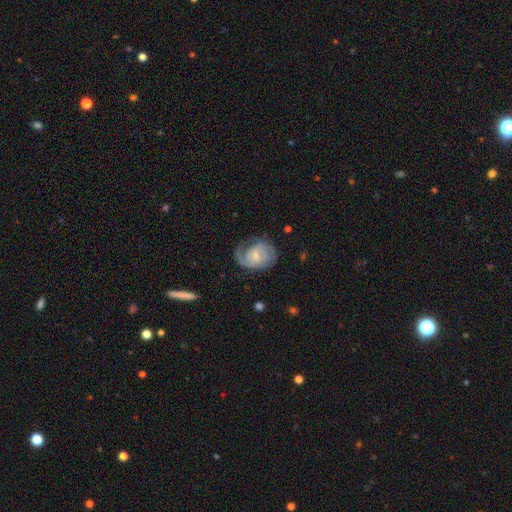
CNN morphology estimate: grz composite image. It shows a featured or disk galaxy (81%) with a weak bar (52%), 2 (55%) tight (44%) spiral arms (95%) and a small central bulge (59%). Merging: none (65%).